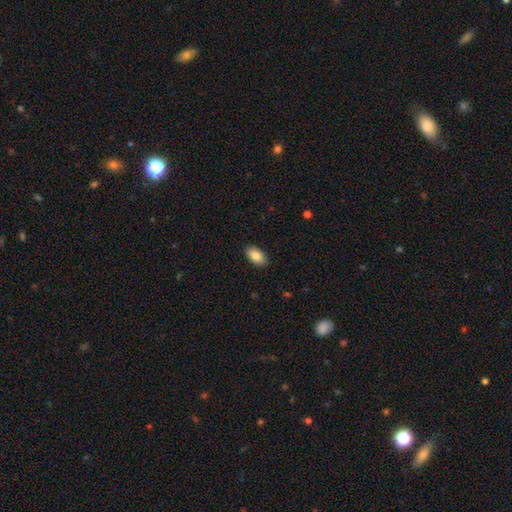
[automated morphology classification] Smooth or featured? Predicted: smooth (p=0.85). How rounded? Predicted: in between (p=0.94). Merging? Predicted: none (p=0.89).